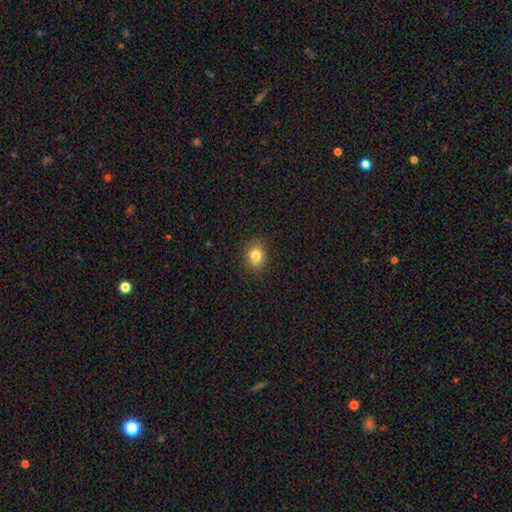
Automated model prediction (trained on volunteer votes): A smooth galaxy with no disk features (82%) that is round (68%). Merging: none (90%).